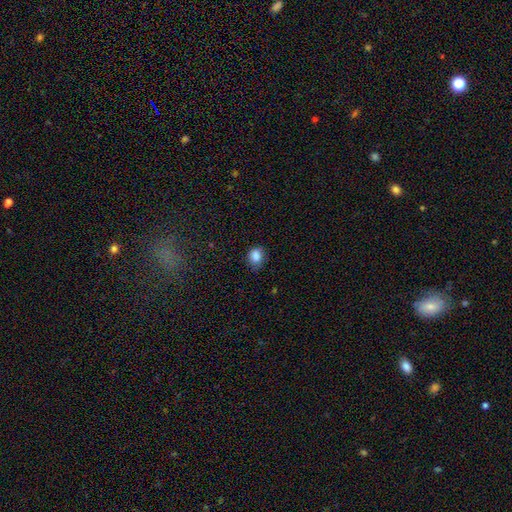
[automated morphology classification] type=smooth (84%); roundness=round (54%); merging=none (68%).